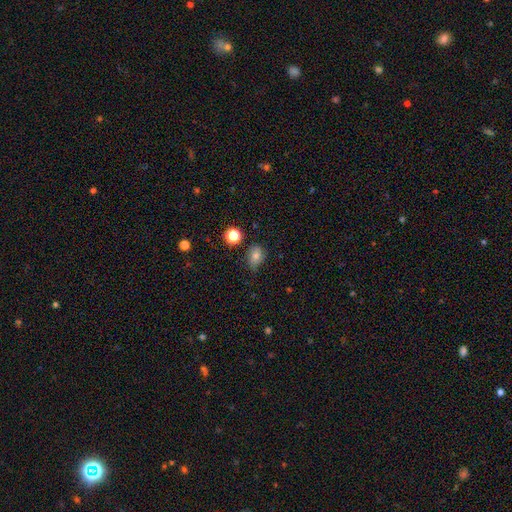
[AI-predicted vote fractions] Overall: smooth (69%). How rounded: in between (68%; round 31%). Merging: none (63%; minor disturbance 28%).